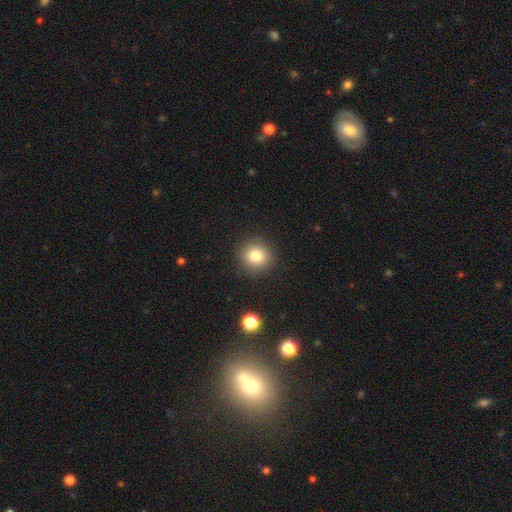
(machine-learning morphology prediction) Smooth or featured? Predicted: smooth (p=0.81). How rounded? Predicted: round (p=0.91). Merging? Predicted: none (p=0.90).